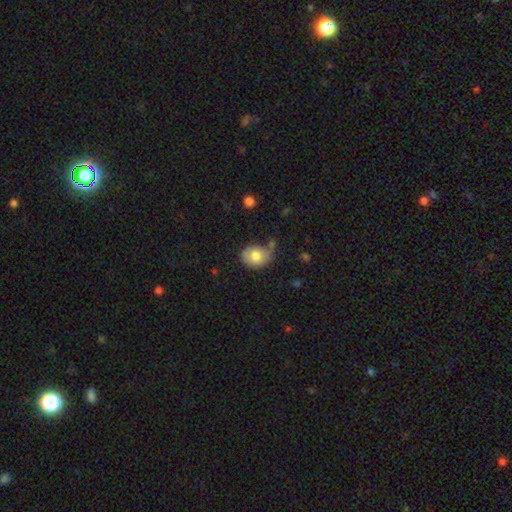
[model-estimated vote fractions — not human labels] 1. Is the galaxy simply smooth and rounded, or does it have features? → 76% smooth, 17% featured or disk, 7% star or artifact.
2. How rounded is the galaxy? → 52% in between, 47% round, 1% cigar-shaped.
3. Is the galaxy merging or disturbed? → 47% none, 28% minor disturbance, 14% major disturbance, 11% merger.